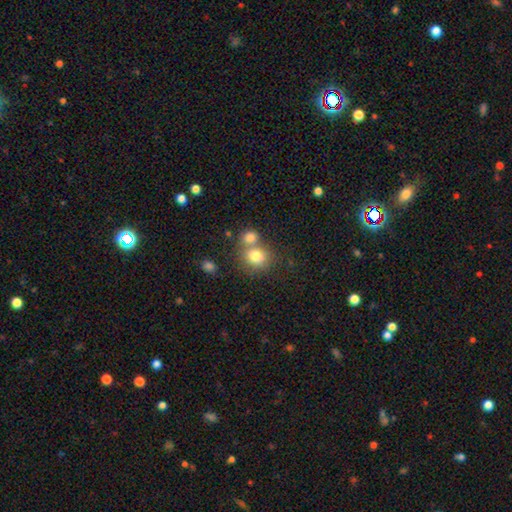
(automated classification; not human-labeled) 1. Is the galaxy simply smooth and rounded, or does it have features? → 78% smooth, 12% featured or disk, 11% star or artifact.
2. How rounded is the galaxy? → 75% round, 24% in between, 1% cigar-shaped.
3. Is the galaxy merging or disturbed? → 46% merger, 42% none, 8% minor disturbance, 4% major disturbance.